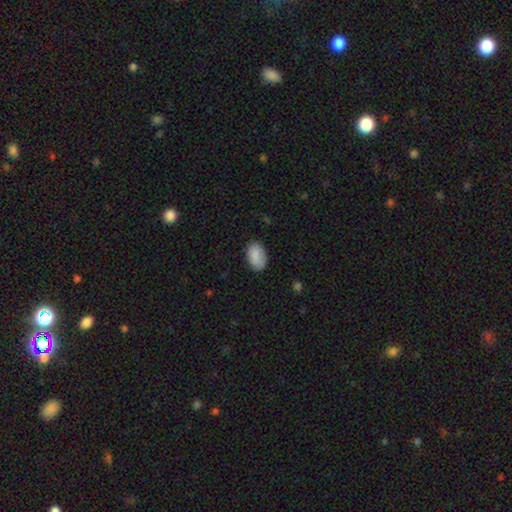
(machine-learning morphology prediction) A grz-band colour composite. It shows a smooth galaxy with no disk features (89%) that is in between round and cigar-shaped (93%). Merging: none (83%).